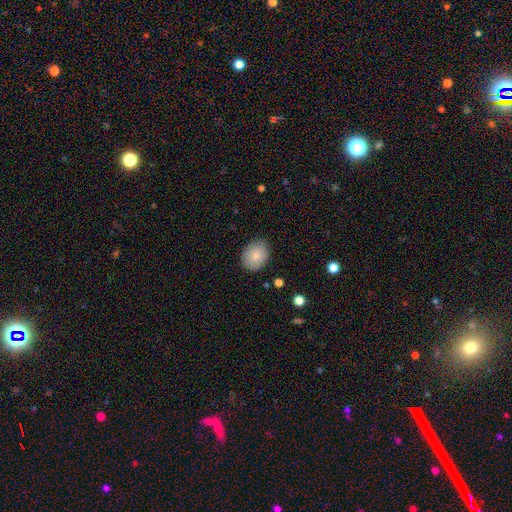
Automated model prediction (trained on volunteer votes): Smooth or featured: smooth — 86% (star or artifact — 7%)
How rounded: in between — 51% (round — 48%)
Merging: none — 85% (minor disturbance — 12%)